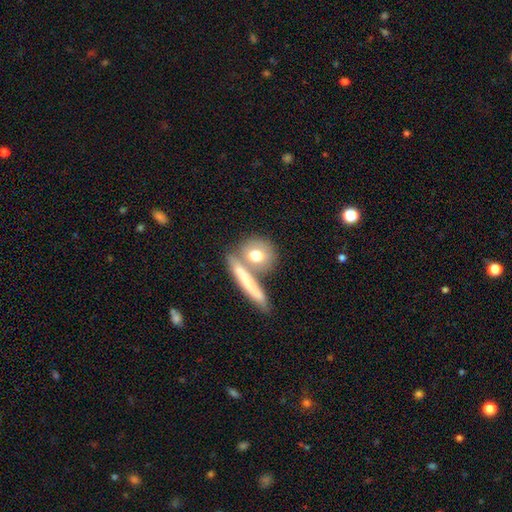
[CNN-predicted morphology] smooth 71%, featured or disk 23%, star or artifact 6%. Down the decision tree: how rounded — round (57%); merging — none (52%).